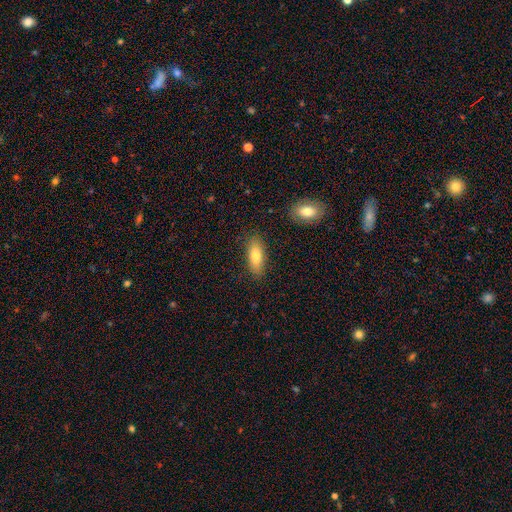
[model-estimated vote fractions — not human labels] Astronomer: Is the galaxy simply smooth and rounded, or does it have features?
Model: smooth — 77%.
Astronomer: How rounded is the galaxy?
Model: in between — 66%.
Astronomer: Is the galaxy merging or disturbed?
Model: none — 85%.